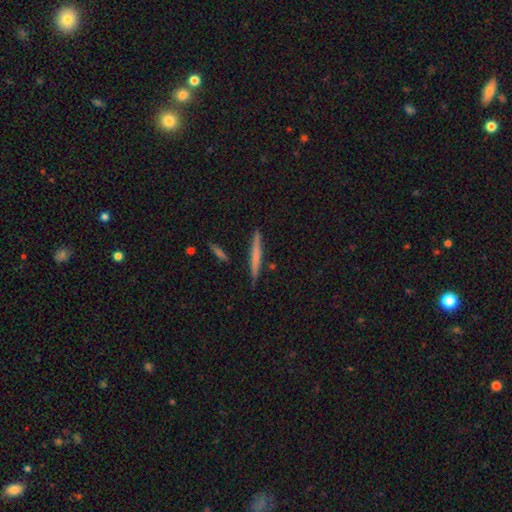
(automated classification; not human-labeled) Smooth or featured: smooth — 57% (featured or disk — 37%)
How rounded: cigar-shaped — 96% (in between — 2%)
Merging: none — 87% (minor disturbance — 8%)